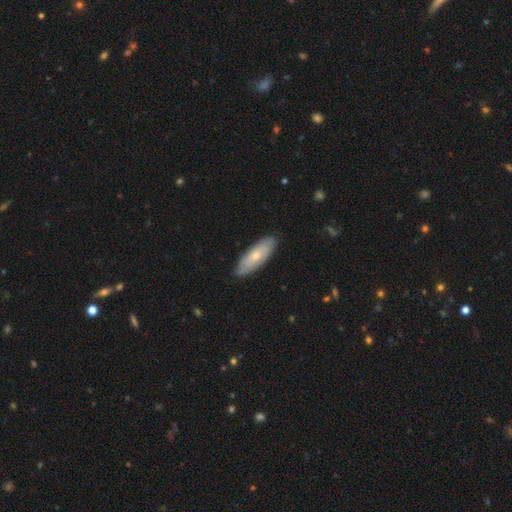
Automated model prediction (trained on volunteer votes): This appears to be a smooth galaxy with no disk features (57%) that is in between round and cigar-shaped (63%). Merging: none (86%).